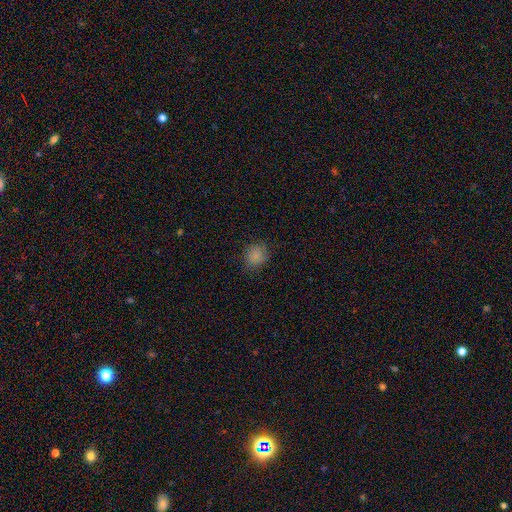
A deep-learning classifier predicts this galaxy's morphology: A smooth galaxy with no disk features (83%) that is round (82%).

Vote fractions:
- Smooth or featured? smooth: 83% / star or artifact: 12% / featured or disk: 5%
- How rounded? round: 82% / in between: 17% / cigar-shaped: 1%
- Merging? none: 82% / minor disturbance: 13% / major disturbance: 4% / merger: 1%